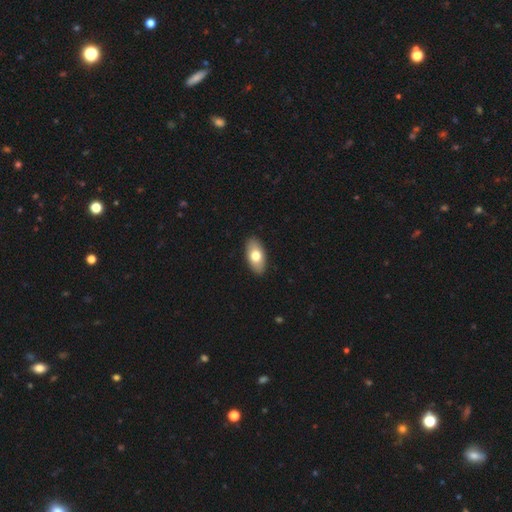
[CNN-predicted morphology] Overall: smooth (74%). How rounded: in between (93%). Merging: none (91%).